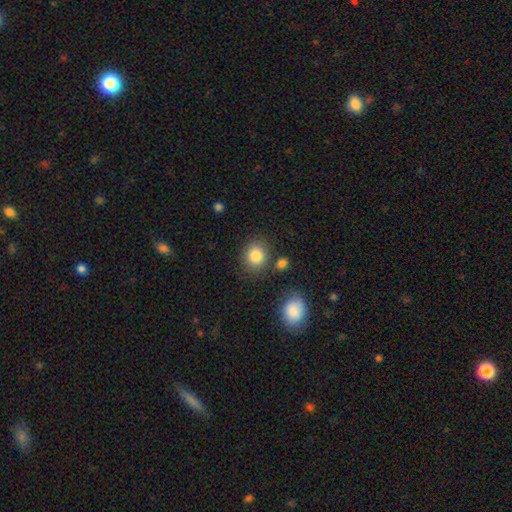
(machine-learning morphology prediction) A smooth galaxy with no disk features (85%) that is round (76%).

Vote fractions:
- Smooth or featured? smooth: 85% / star or artifact: 9% / featured or disk: 6%
- How rounded? round: 76% / in between: 23% / cigar-shaped: 1%
- Merging? none: 78% / minor disturbance: 11% / merger: 7% / major disturbance: 4%